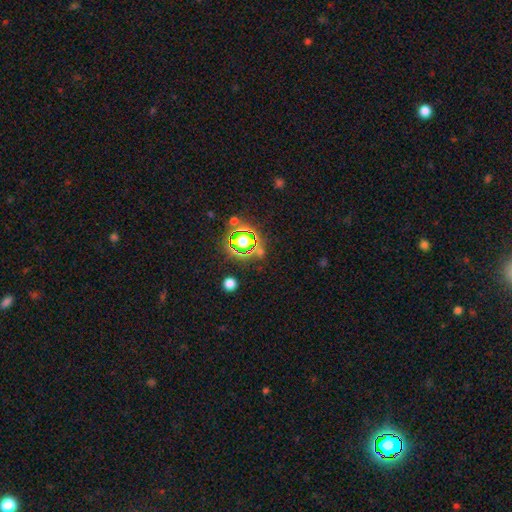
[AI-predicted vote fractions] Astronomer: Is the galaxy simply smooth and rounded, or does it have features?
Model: star or artifact — 72%.